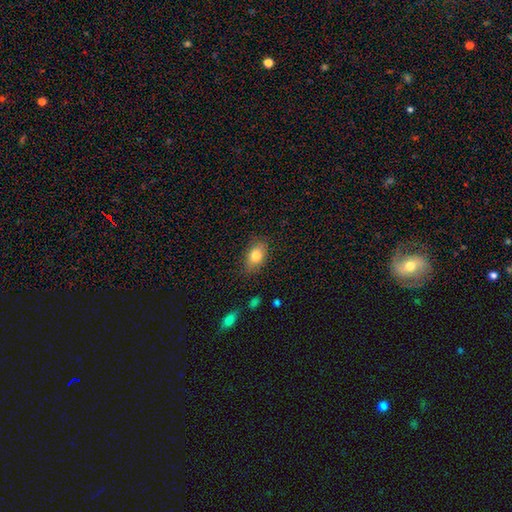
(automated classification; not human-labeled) Morphology: type=smooth (81%); roundness=in between (83%); merging=none (80%).